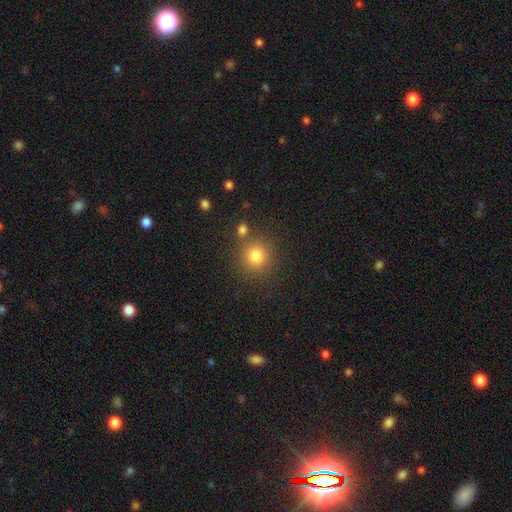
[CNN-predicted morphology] smooth_or_featured: smooth (p=0.81) [alt: star or artifact p=0.12]
how_rounded: round (p=0.91) [alt: in between p=0.08]
merging: none (p=0.79) [alt: minor disturbance p=0.09]